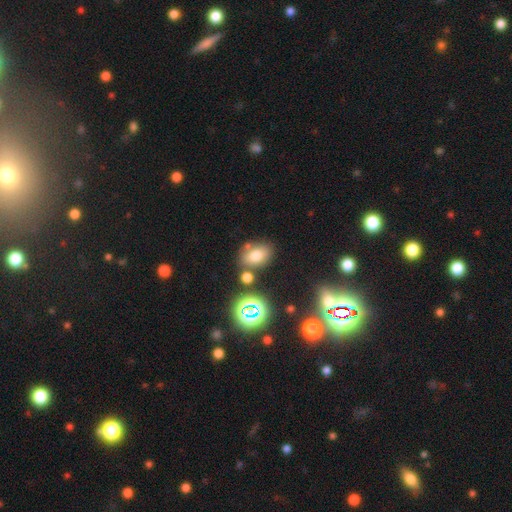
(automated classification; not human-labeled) Q: Smooth or featured?
A: smooth (69%); runner-up: star or artifact (18%)
Q: How rounded?
A: in between (74%); runner-up: round (25%)
Q: Merging?
A: none (69%); runner-up: minor disturbance (14%)